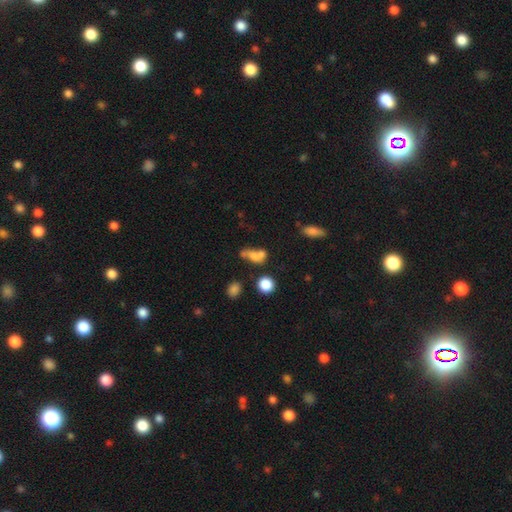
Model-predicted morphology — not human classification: smooth-or-featured: smooth: 63% | featured or disk: 23% | star or artifact: 14%
  how-rounded: in between: 65% | round: 24% | cigar-shaped: 11%
  merging: merger: 43% | none: 30% | minor disturbance: 15% | major disturbance: 12%